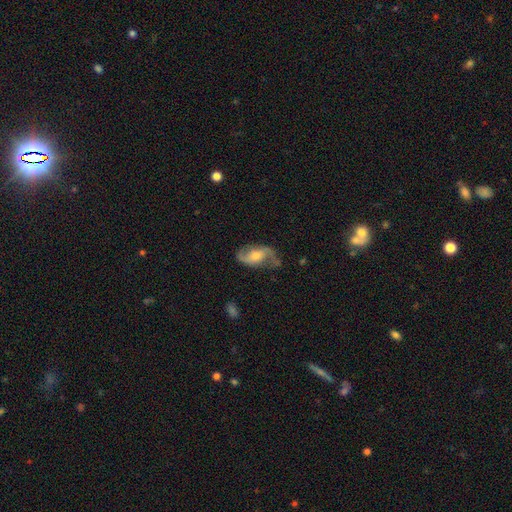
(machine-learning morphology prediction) A featured or disk galaxy (80%) with no bar (49%), 2 (89%) loose (55%) spiral arms (94%) and a moderate central bulge (54%). Merging: none (66%).